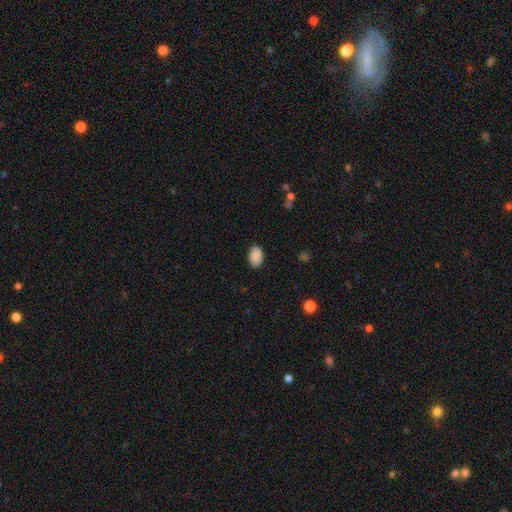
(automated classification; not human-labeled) smooth 89%, star or artifact 7%, featured or disk 4%. Down the decision tree: how rounded — in between (89%); merging — none (86%).